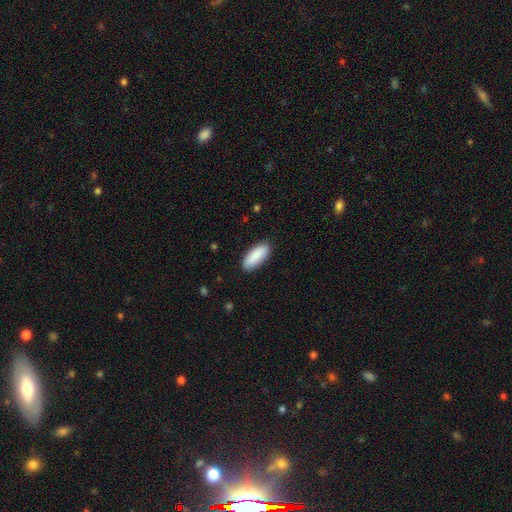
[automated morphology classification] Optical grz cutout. It shows a smooth galaxy with no disk features (90%) that is in between round and cigar-shaped (80%). Merging: none (88%).